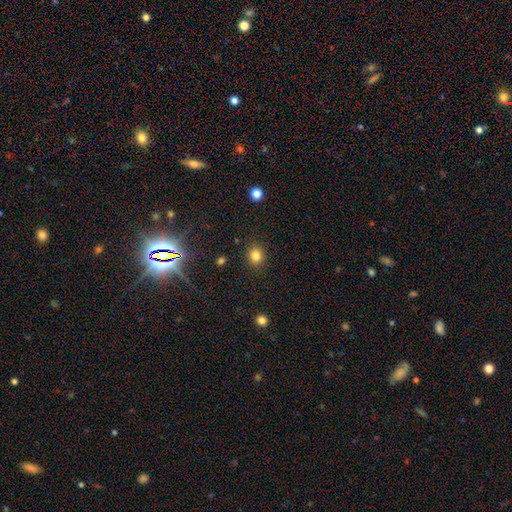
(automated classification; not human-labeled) Smooth or featured? smooth (82%)
How rounded? round (78%)
Merging? none (89%)